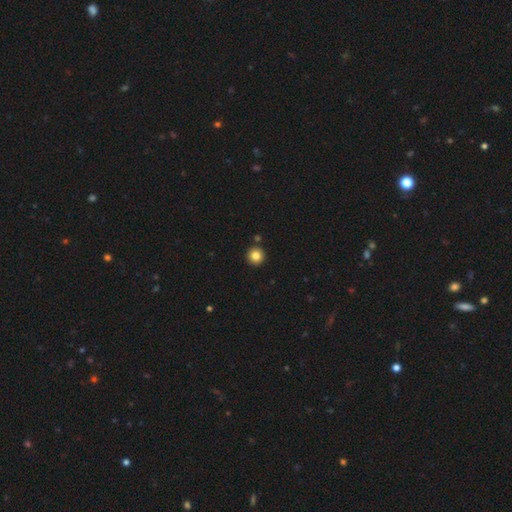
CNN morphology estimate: smooth_or_featured: smooth (p=0.83) [alt: star or artifact p=0.10]
how_rounded: round (p=0.96) [alt: in between p=0.03]
merging: none (p=0.90) [alt: minor disturbance p=0.05]